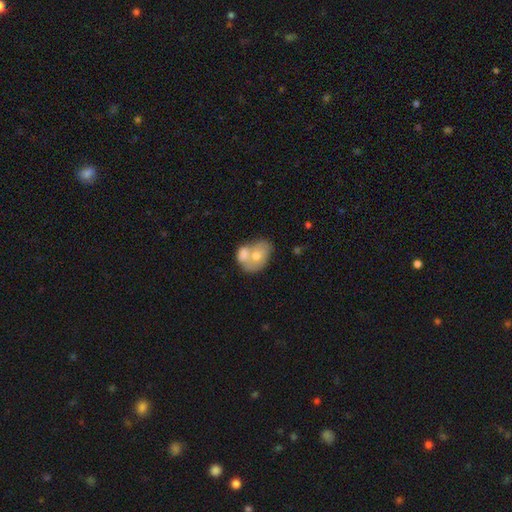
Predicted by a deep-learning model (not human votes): Morphology: type=smooth (60%); roundness=in between (69%); merging=merger (63%).